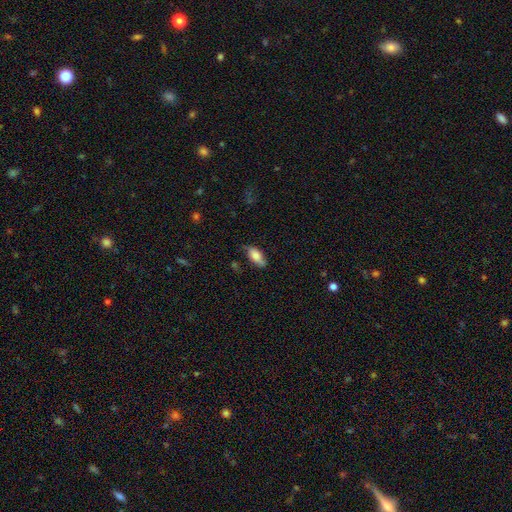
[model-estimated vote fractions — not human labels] Morphology: type=smooth (76%); roundness=in between (86%); merging=none (68%).